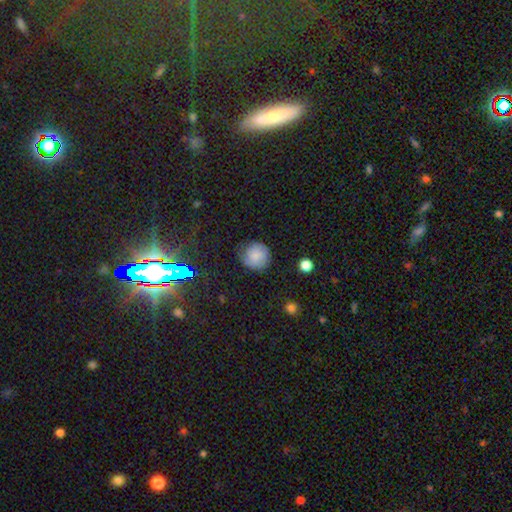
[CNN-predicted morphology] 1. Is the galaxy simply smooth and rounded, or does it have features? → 73% smooth, 17% featured or disk, 10% star or artifact.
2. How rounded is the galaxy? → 92% round, 7% in between, 1% cigar-shaped.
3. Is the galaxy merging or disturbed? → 74% none, 19% minor disturbance, 6% major disturbance, 1% merger.